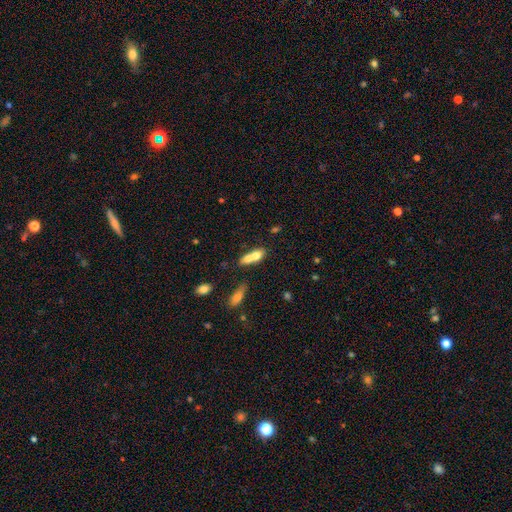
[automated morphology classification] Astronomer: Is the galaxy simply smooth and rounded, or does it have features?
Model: smooth — 70%.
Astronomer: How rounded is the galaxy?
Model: in between — 70%.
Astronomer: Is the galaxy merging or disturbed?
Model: merger — 68%.